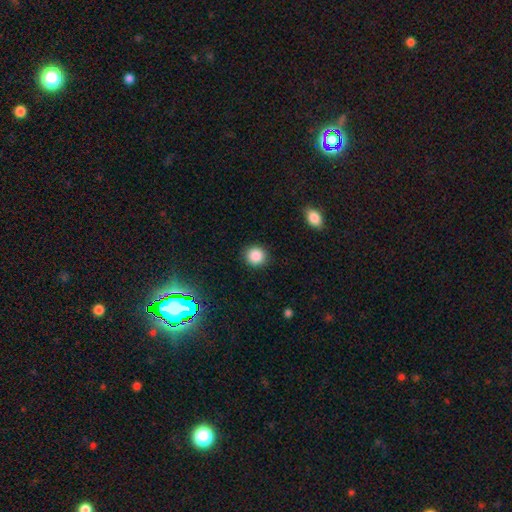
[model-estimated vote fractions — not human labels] A smooth galaxy with no disk features (85%) that is round (92%).

Vote fractions:
- Smooth or featured? smooth: 85% / star or artifact: 11% / featured or disk: 3%
- How rounded? round: 92% / in between: 7% / cigar-shaped: 1%
- Merging? none: 90% / minor disturbance: 6% / major disturbance: 2% / merger: 1%